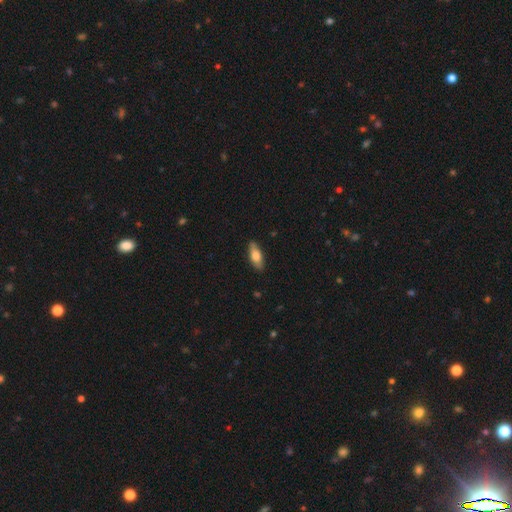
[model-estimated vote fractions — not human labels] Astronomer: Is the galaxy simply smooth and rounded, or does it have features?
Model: smooth — 70%.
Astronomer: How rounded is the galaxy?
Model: in between — 71%.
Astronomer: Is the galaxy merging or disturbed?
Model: none — 88%.